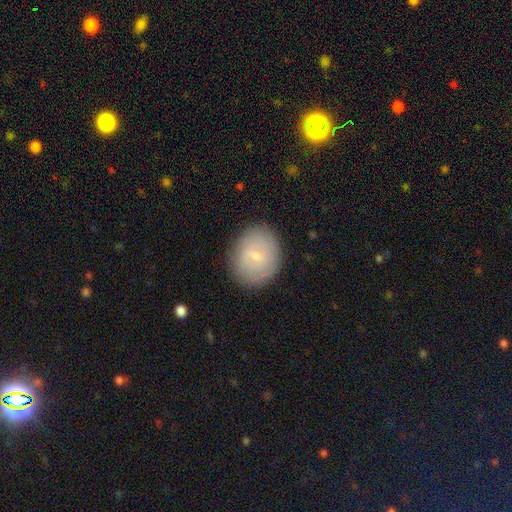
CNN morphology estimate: Smooth or featured? smooth (57%)
How rounded? round (58%)
Merging? none (84%)